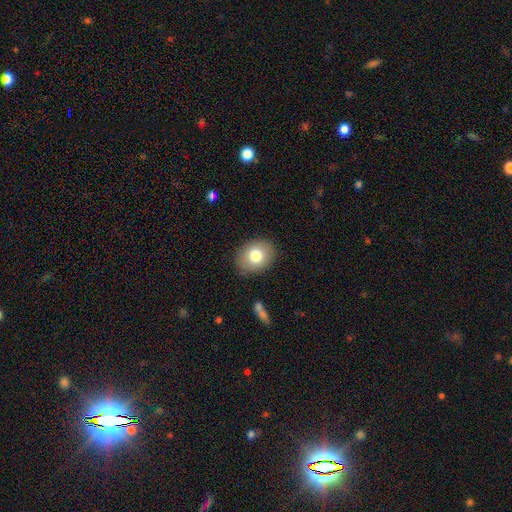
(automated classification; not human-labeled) smooth-or-featured: smooth: 78% | featured or disk: 14% | star or artifact: 8%
  how-rounded: in between: 54% | round: 45% | cigar-shaped: 1%
  merging: none: 86% | minor disturbance: 10% | major disturbance: 3% | merger: 1%